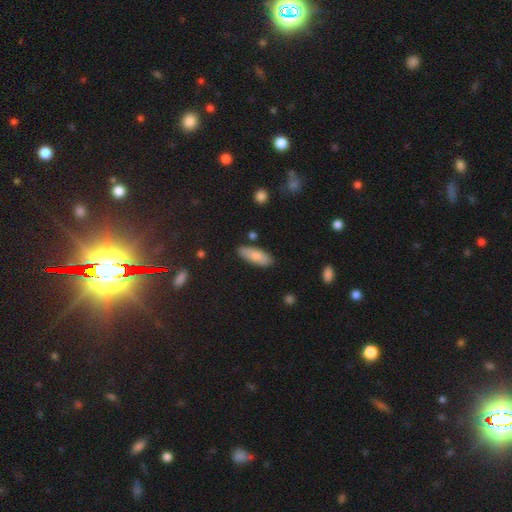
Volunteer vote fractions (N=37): Overall: smooth (86%). How rounded: in between (88%). Merging: none (75%).